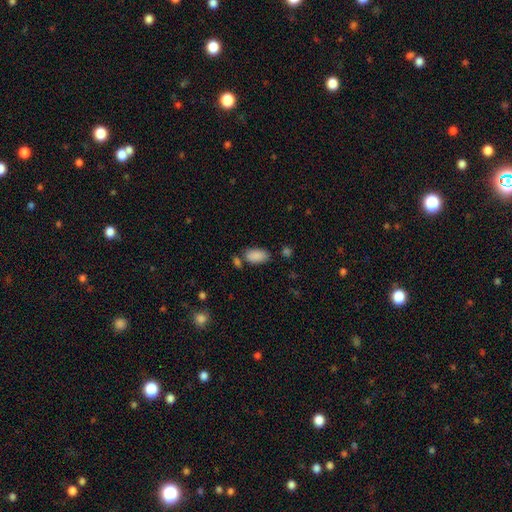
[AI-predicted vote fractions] A smooth galaxy with no disk features (88%) that is in between round and cigar-shaped (94%). Merging: none (67%).